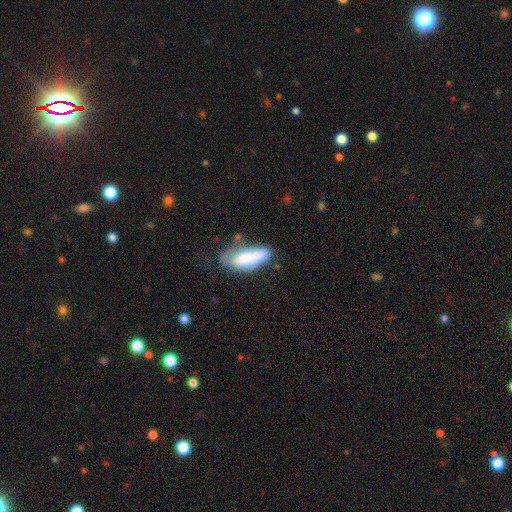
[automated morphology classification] smooth 67%, featured or disk 26%, star or artifact 8%. Down the decision tree: how rounded — in between (72%); merging — none (33%).